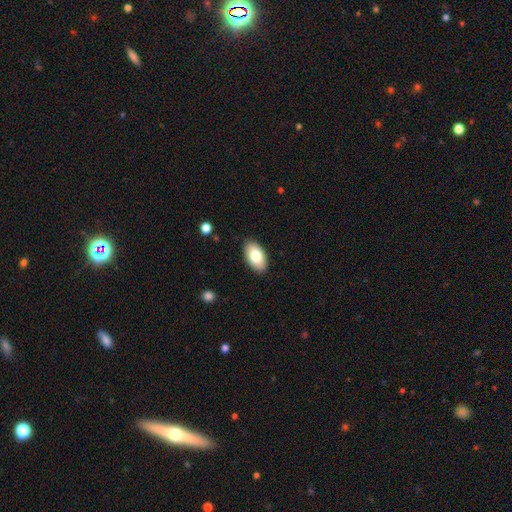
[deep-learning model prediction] Q: Smooth or featured?
A: smooth (81%); runner-up: featured or disk (13%)
Q: How rounded?
A: in between (95%); runner-up: round (3%)
Q: Merging?
A: none (88%); runner-up: minor disturbance (9%)